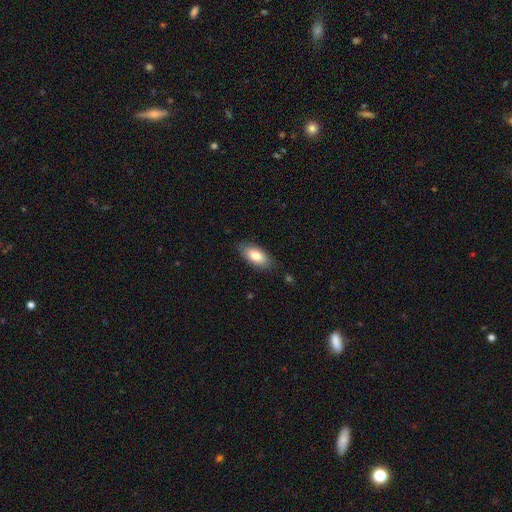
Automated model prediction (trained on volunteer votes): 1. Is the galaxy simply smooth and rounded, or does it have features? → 79% smooth, 14% featured or disk, 6% star or artifact.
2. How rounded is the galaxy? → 89% in between, 8% cigar-shaped, 3% round.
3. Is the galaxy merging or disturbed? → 82% none, 14% minor disturbance, 3% major disturbance, 1% merger.